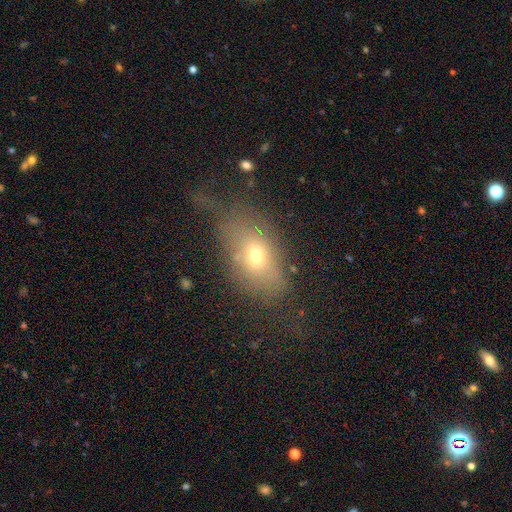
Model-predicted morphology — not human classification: Smooth or featured? Predicted: smooth (p=0.63). How rounded? Predicted: in between (p=0.78). Merging? Predicted: none (p=0.41).